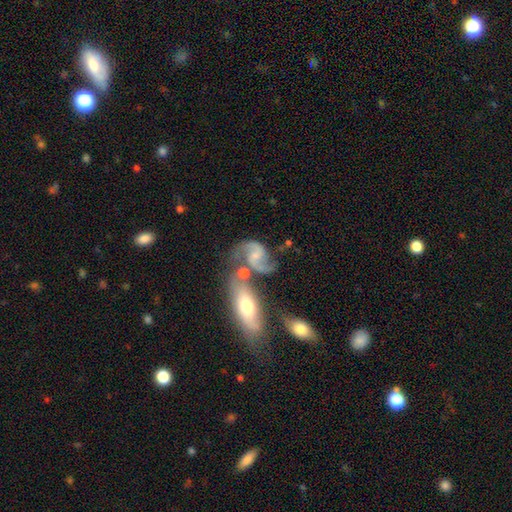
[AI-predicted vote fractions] Smooth or featured? featured or disk (84%)
Edge-on disk? no (97%)
Bar? no (47%)
Spiral arms? yes (96%)
Spiral winding? loose (47%)
Spiral arm count? 2 (92%)
Bulge size? small (47%)
Merging? none (42%)